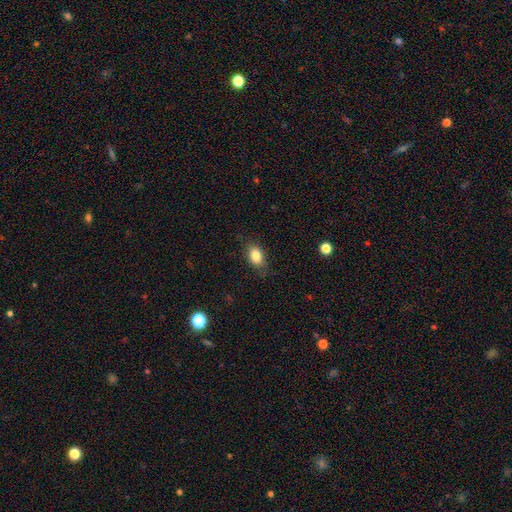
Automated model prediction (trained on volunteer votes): Smooth or featured? Predicted: smooth (p=0.85). How rounded? Predicted: in between (p=0.84). Merging? Predicted: none (p=0.80).